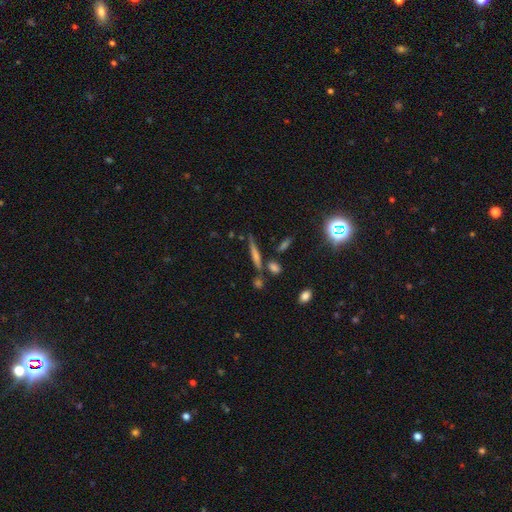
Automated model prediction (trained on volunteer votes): Overall: featured or disk (45%; smooth 30%). Merging: none (72%).